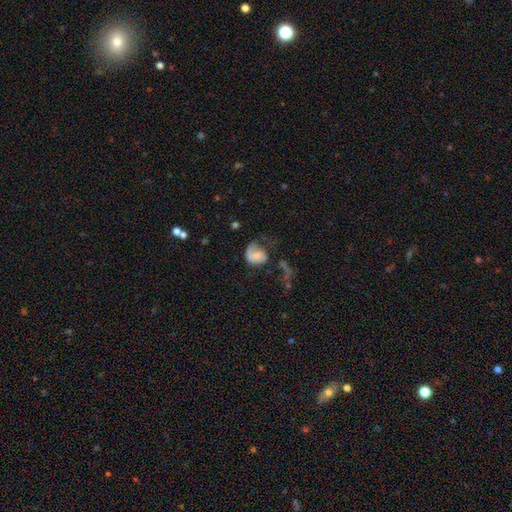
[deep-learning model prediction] Overall: smooth (46%; featured or disk 45%). Merging: major disturbance (47%; none 26%).